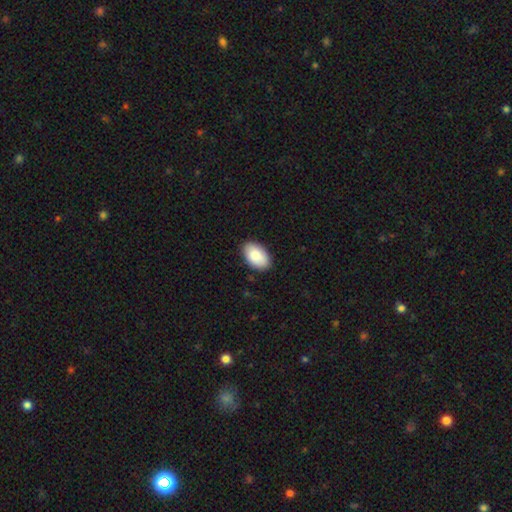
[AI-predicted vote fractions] smooth-or-featured: smooth: 89% | star or artifact: 6% | featured or disk: 6%
  how-rounded: in between: 95% | round: 4% | cigar-shaped: 1%
  merging: none: 87% | minor disturbance: 10% | major disturbance: 2% | merger: 1%